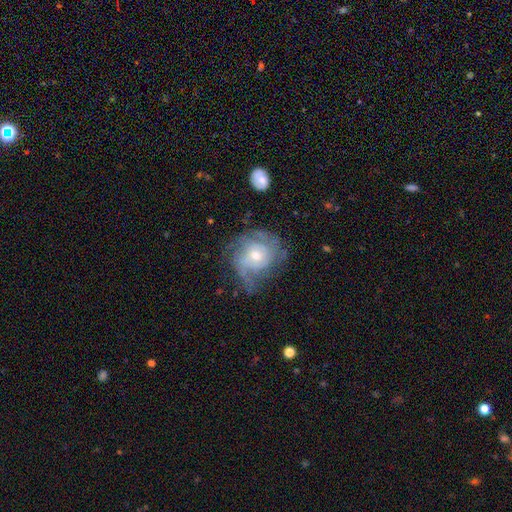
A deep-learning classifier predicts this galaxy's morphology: A featured or disk galaxy (79%) with no bar (72%), tight (53%) spiral arms (89%) and a moderate central bulge (51%).

Vote fractions:
- Smooth or featured? featured or disk: 79% / smooth: 14% / star or artifact: 7%
- Edge-on disk? no: 97% / yes: 3%
- Bar? no: 72% / weak: 24% / strong: 4%
- Spiral arms? yes: 89% / no: 11%
- Spiral winding? tight: 53% / medium: 33% / loose: 14%
- Spiral arm count? can't tell: 42% / 2: 20% / 3: 18% / 4: 9% / 1: 6% / more than 4: 5%
- Bulge size? moderate: 51% / small: 44% / large: 3% / none: 1% / dominant: 1%
- Merging? none: 59% / minor disturbance: 22% / major disturbance: 16% / merger: 2%